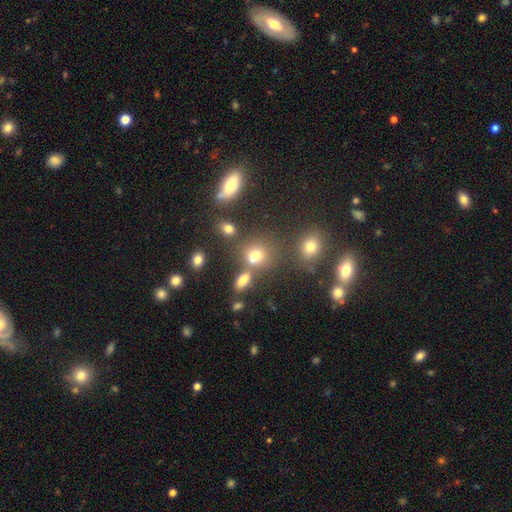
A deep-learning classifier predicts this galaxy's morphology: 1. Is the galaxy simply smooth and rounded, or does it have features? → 66% smooth, 20% star or artifact, 14% featured or disk.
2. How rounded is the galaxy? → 66% round, 32% in between, 2% cigar-shaped.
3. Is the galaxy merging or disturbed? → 54% none, 30% merger, 11% minor disturbance, 6% major disturbance.